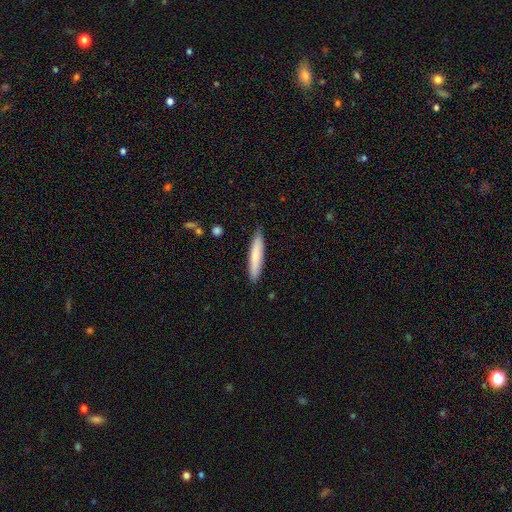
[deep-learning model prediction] smooth 72%, featured or disk 22%, star or artifact 5%. Down the decision tree: how rounded — cigar-shaped (87%); merging — none (87%).